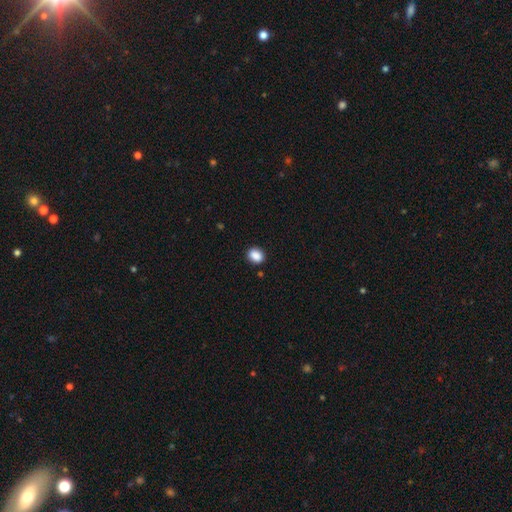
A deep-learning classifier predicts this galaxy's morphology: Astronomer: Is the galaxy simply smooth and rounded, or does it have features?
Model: smooth — 89%.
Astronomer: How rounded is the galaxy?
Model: in between — 51% (runner-up: round, 48%).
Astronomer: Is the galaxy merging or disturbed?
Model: none — 88%.